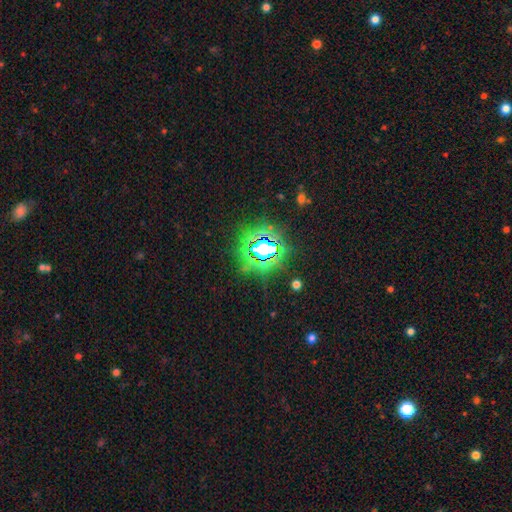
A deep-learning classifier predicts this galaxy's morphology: star or artifact 80%, smooth 12%, featured or disk 8%.